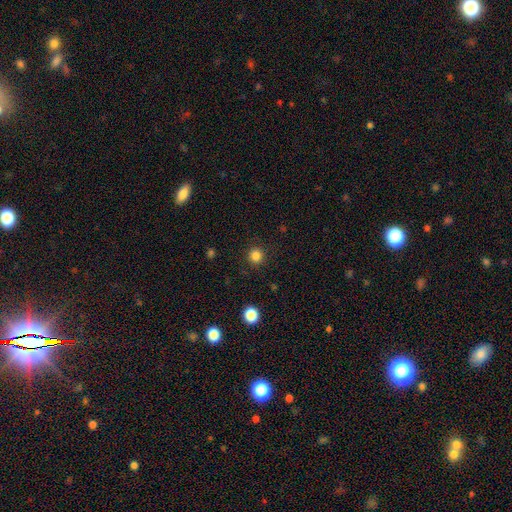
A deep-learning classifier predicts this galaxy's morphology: Smooth or featured: smooth — 83% (star or artifact — 13%)
How rounded: round — 94% (in between — 5%)
Merging: none — 91% (minor disturbance — 6%)